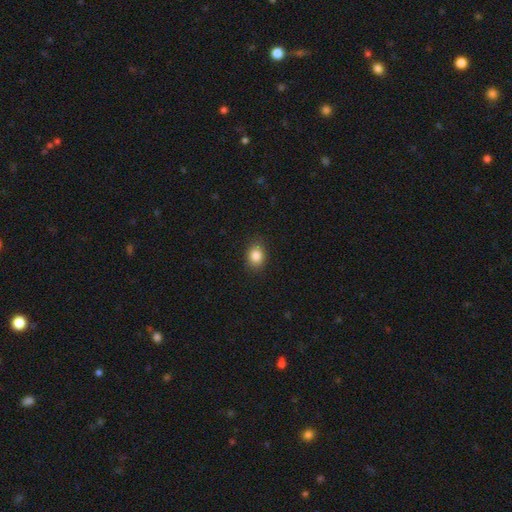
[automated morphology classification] Smooth or featured? smooth (85%)
How rounded? in between (58%)
Merging? none (86%)